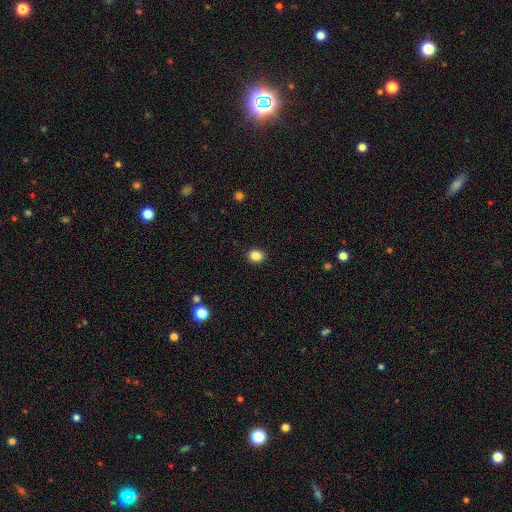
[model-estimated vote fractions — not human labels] Smooth or featured: smooth — 85% (star or artifact — 10%)
How rounded: round — 66% (in between — 33%)
Merging: none — 91% (minor disturbance — 6%)